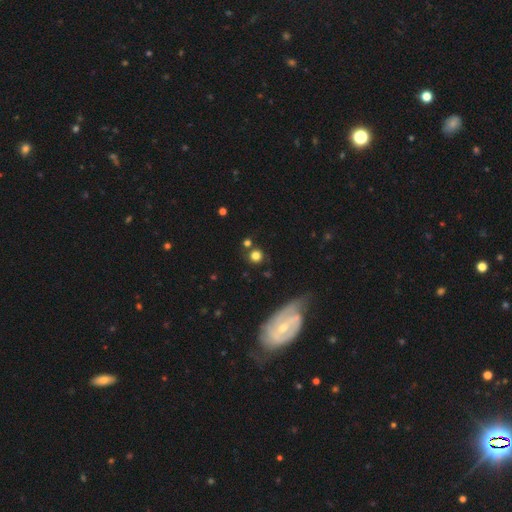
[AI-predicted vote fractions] Overall: smooth (76%). How rounded: round (91%). Merging: none (78%).